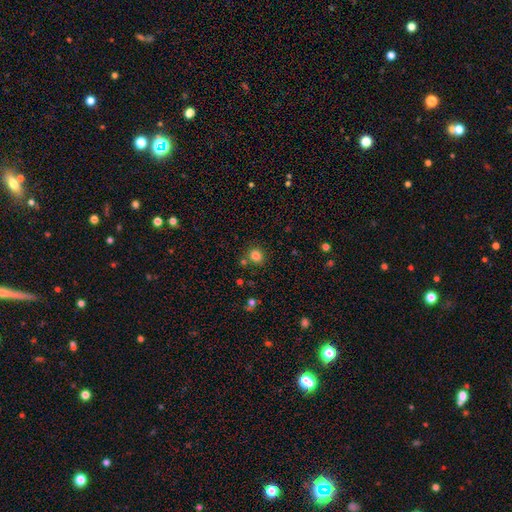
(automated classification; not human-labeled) smooth_or_featured: smooth (p=0.82) [alt: star or artifact p=0.13]
how_rounded: round (p=0.80) [alt: in between p=0.19]
merging: none (p=0.78) [alt: minor disturbance p=0.10]